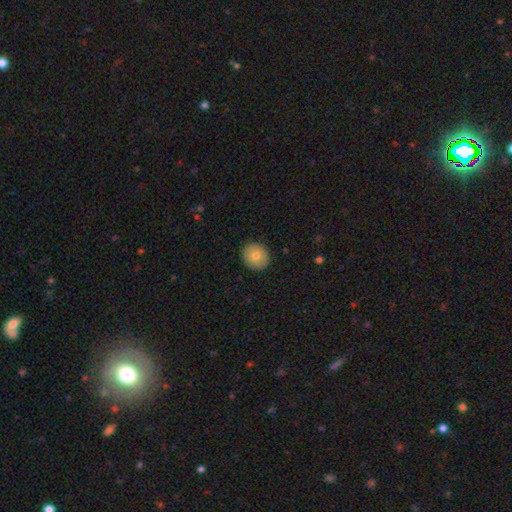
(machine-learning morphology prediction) Q: Smooth or featured?
A: smooth (74%); runner-up: featured or disk (19%)
Q: How rounded?
A: round (86%); runner-up: in between (13%)
Q: Merging?
A: none (90%); runner-up: minor disturbance (7%)